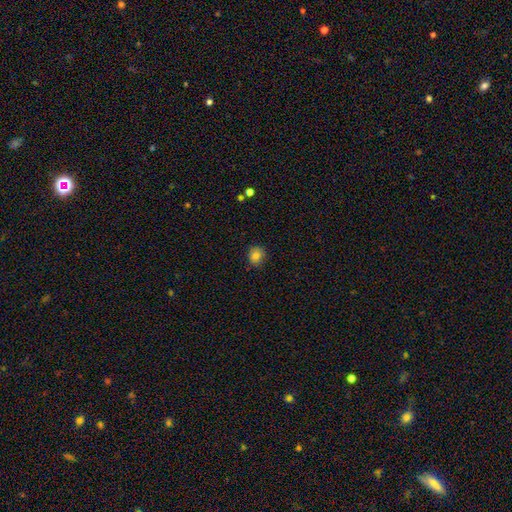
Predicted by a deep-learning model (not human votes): The model was most divided on "how rounded": round: 78%, in between: 21%, cigar-shaped: 1%. More confident: merging — none (83%); smooth or featured — smooth (83%).